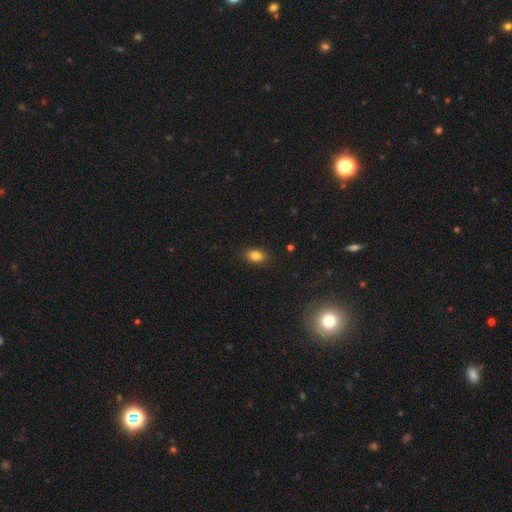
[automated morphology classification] Smooth or featured? Predicted: smooth (p=0.84). How rounded? Predicted: in between (p=0.78). Merging? Predicted: none (p=0.87).